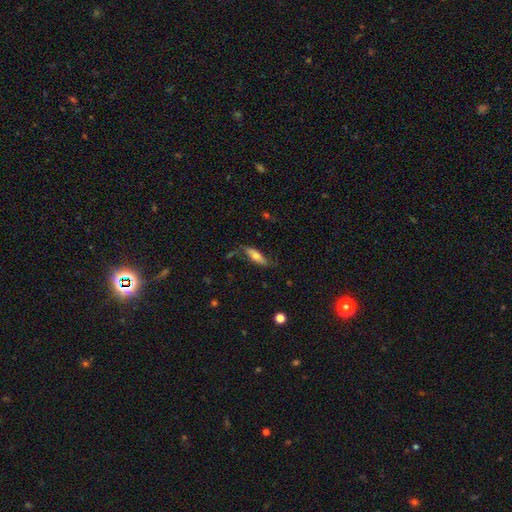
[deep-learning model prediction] Q: Smooth or featured?
A: smooth (53%); runner-up: featured or disk (40%)
Q: How rounded?
A: in between (55%); runner-up: cigar-shaped (42%)
Q: Merging?
A: none (64%); runner-up: minor disturbance (24%)